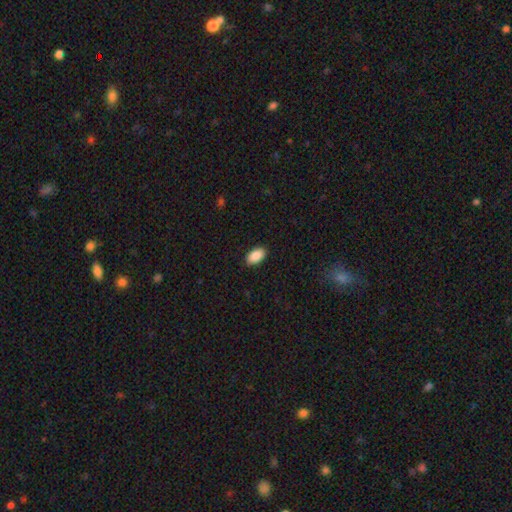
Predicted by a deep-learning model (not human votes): Smooth or featured?
  - smooth: 89% *
  - star or artifact: 7%
  - featured or disk: 4%
How rounded?
  - in between: 94% *
  - round: 4%
  - cigar-shaped: 2%
Merging?
  - none: 90% *
  - minor disturbance: 8%
  - major disturbance: 2%
  - merger: 1%